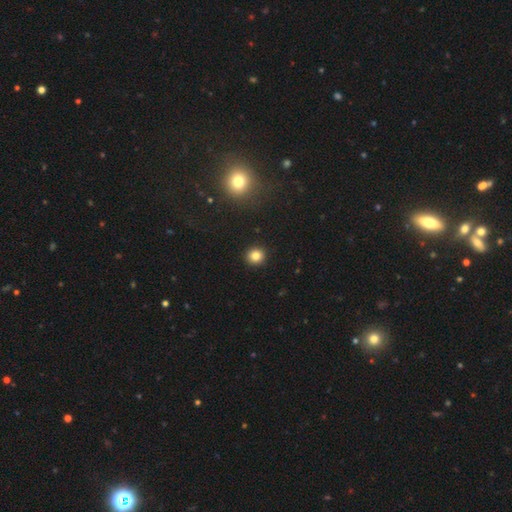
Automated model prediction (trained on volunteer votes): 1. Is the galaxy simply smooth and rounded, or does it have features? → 83% smooth, 12% star or artifact, 5% featured or disk.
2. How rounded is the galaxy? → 90% round, 9% in between, 1% cigar-shaped.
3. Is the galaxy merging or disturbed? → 93% none, 5% minor disturbance, 2% major disturbance, 1% merger.